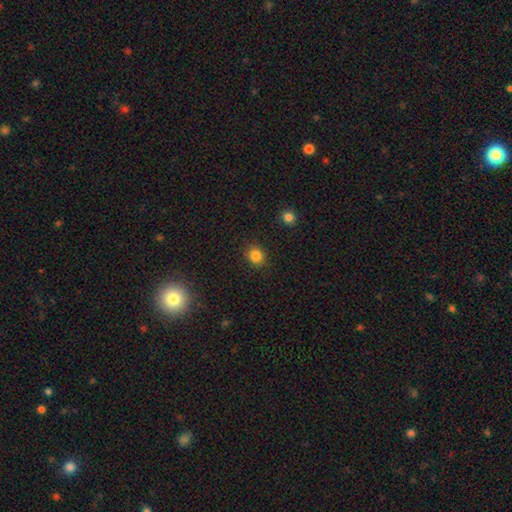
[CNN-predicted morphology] A smooth galaxy with no disk features (85%) that is round (68%). Merging: none (88%).